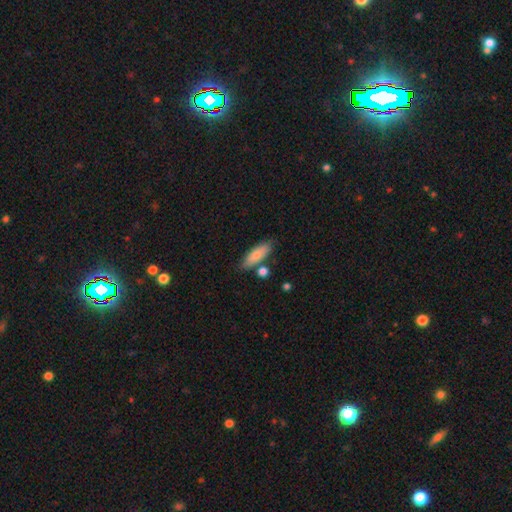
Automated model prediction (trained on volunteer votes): Overall: smooth (79%). How rounded: in between (56%; cigar-shaped 41%). Merging: none (73%).